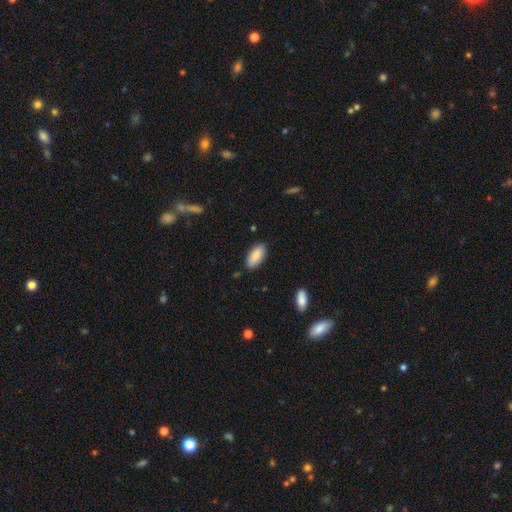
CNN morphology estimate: Smooth or featured? Predicted: smooth (p=0.88). How rounded? Predicted: in between (p=0.91). Merging? Predicted: none (p=0.84).